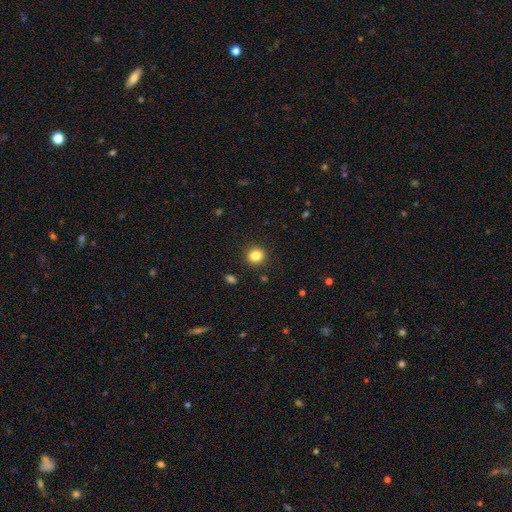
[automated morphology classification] Overall: smooth (84%). How rounded: round (88%). Merging: none (91%).